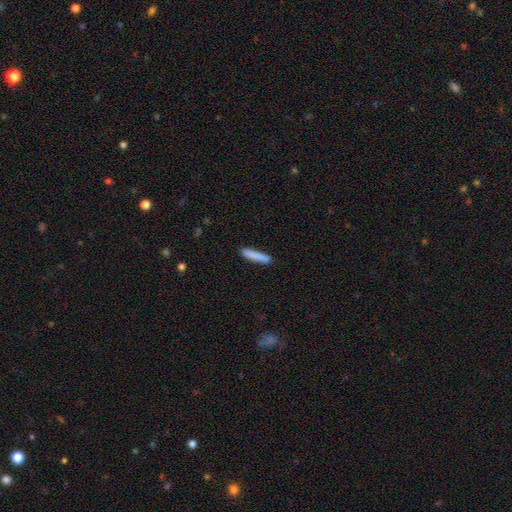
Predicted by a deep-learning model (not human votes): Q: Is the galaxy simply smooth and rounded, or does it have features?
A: smooth — 85%.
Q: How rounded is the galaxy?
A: cigar-shaped — 91%.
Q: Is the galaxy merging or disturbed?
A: none — 88%.